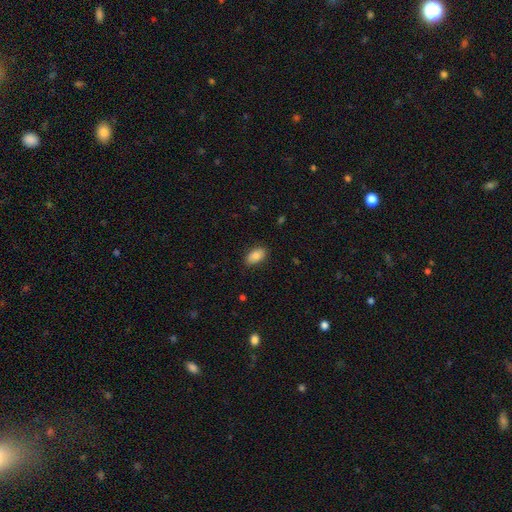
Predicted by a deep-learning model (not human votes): Morphology: type=smooth (86%); roundness=in between (93%); merging=none (85%).